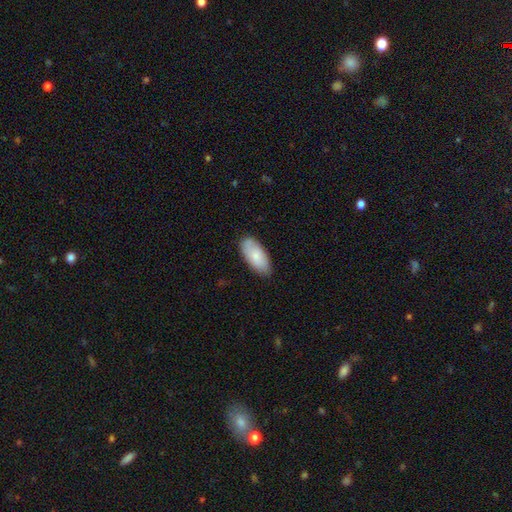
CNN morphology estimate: Smooth or featured? smooth (78%)
How rounded? in between (92%)
Merging? none (81%)